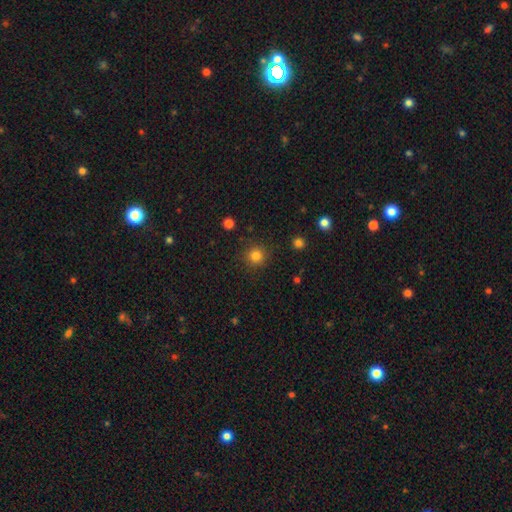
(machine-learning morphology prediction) smooth_or_featured: smooth (p=0.82) [alt: star or artifact p=0.13]
how_rounded: round (p=0.93) [alt: in between p=0.06]
merging: none (p=0.89) [alt: minor disturbance p=0.07]